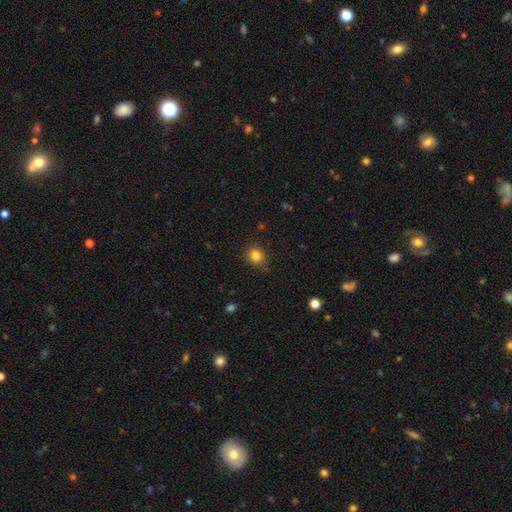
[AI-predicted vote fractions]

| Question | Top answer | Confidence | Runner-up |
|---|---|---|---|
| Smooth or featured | smooth | 83% | star or artifact (12%) |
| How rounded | round | 81% | in between (18%) |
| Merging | none | 85% | minor disturbance (11%) |